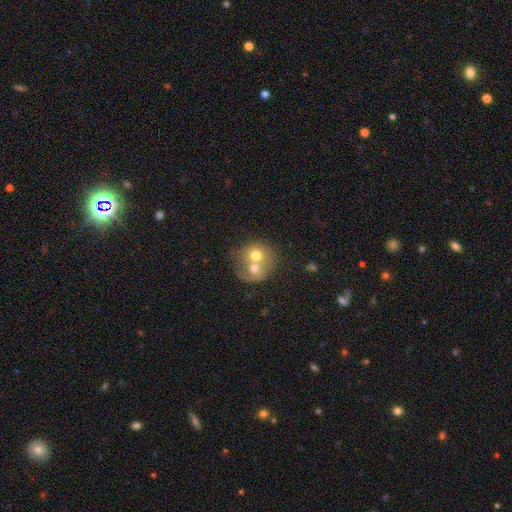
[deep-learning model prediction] This appears to be a smooth galaxy with no disk features (61%) that is round (72%). Merging: merger (74%).